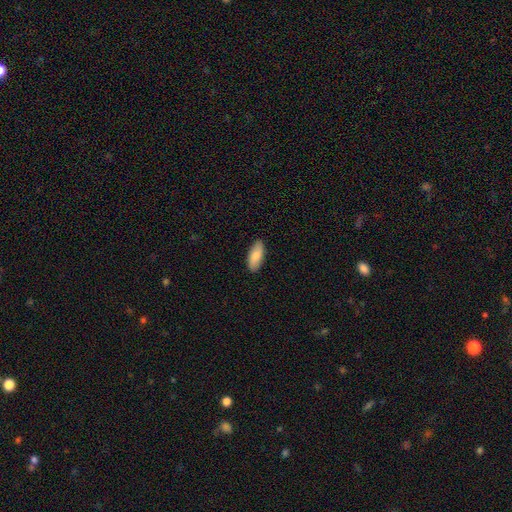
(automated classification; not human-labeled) This is clearly a smooth galaxy (84%). How rounded: clearly in between (83%). Merging: clearly none (89%).